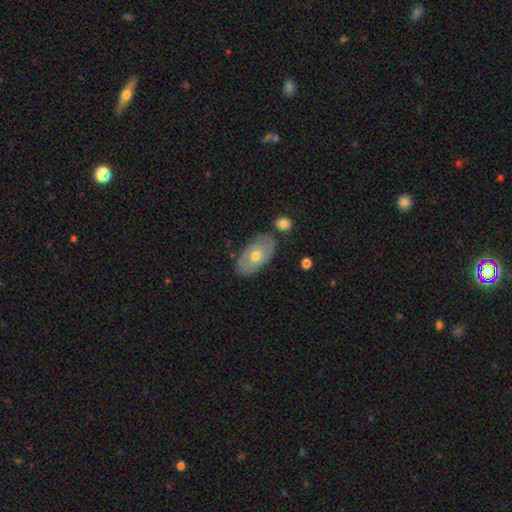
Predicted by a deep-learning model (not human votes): Smooth or featured? Predicted: smooth (p=0.50). Merging? Predicted: none (p=0.74).